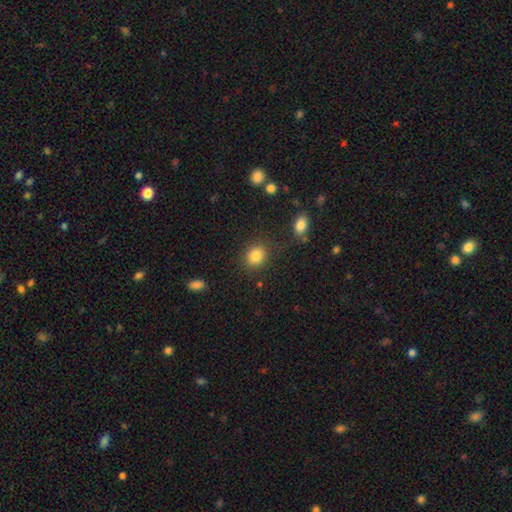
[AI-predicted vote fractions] Smooth or featured? smooth (85%)
How rounded? round (72%)
Merging? none (84%)